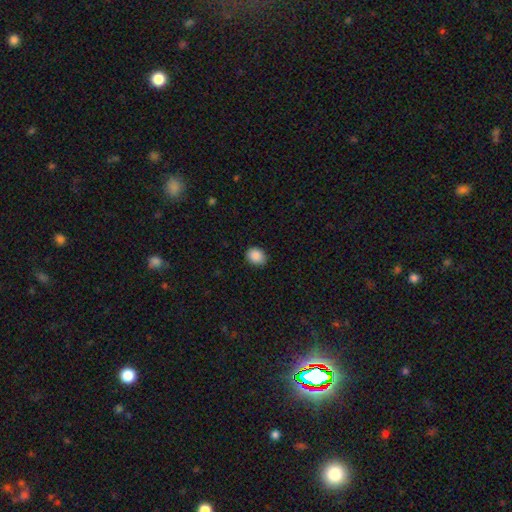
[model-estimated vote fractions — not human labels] Smooth or featured: smooth — 89% (star or artifact — 8%)
How rounded: round — 52% (in between — 47%)
Merging: none — 84% (minor disturbance — 13%)